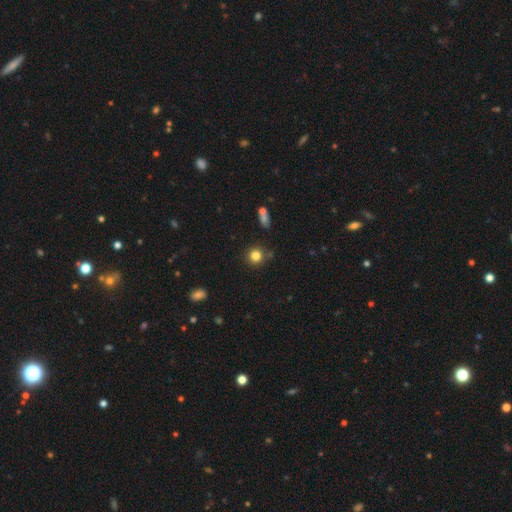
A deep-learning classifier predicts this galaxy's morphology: The model was most divided on "smooth or featured": smooth: 83%, star or artifact: 12%, featured or disk: 6%. More confident: how rounded — round (91%); merging — none (84%).